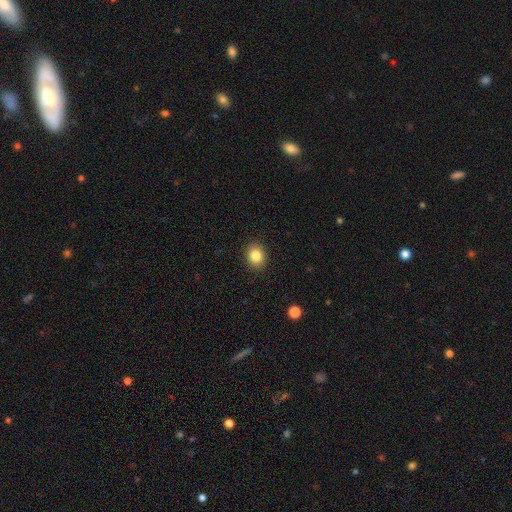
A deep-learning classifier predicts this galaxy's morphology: Overall: smooth (84%). How rounded: round (65%; in between 34%). Merging: none (90%).